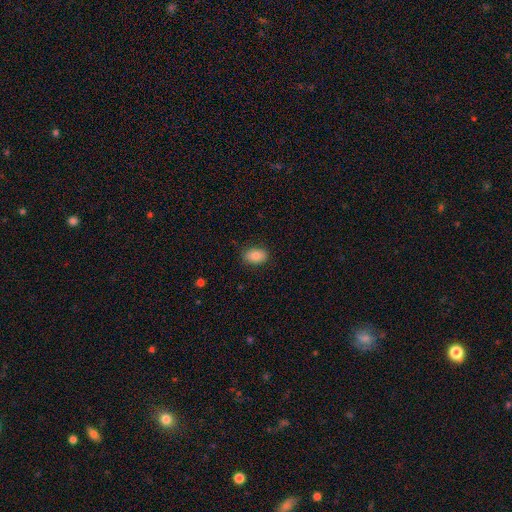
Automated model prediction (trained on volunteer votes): smooth-or-featured: smooth: 85% | star or artifact: 8% | featured or disk: 7%
  how-rounded: in between: 85% | round: 14% | cigar-shaped: 1%
  merging: none: 84% | minor disturbance: 12% | major disturbance: 3% | merger: 1%